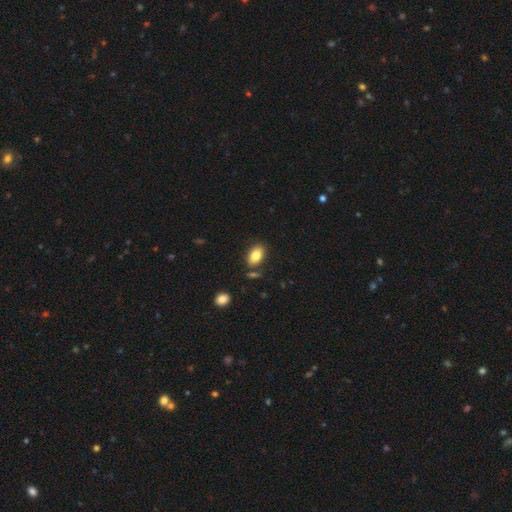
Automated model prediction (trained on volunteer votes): Morphology: type=smooth (81%); roundness=in between (90%); merging=none (80%).